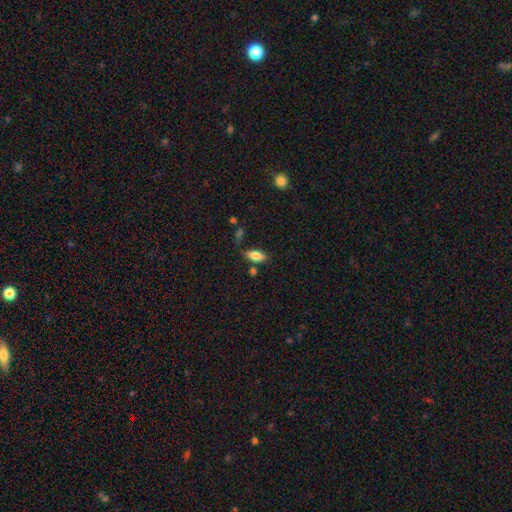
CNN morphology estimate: Smooth or featured: smooth — 78% (featured or disk — 14%)
How rounded: in between — 86% (cigar-shaped — 11%)
Merging: none — 71% (minor disturbance — 17%)